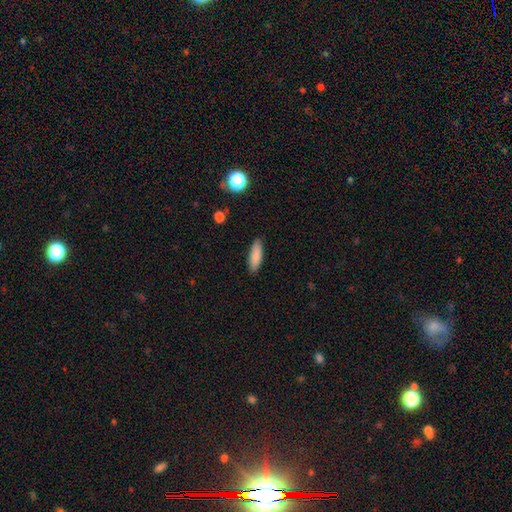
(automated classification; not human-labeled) This is clearly a smooth galaxy (87%). How rounded: possibly in between (50%). Merging: clearly none (89%).